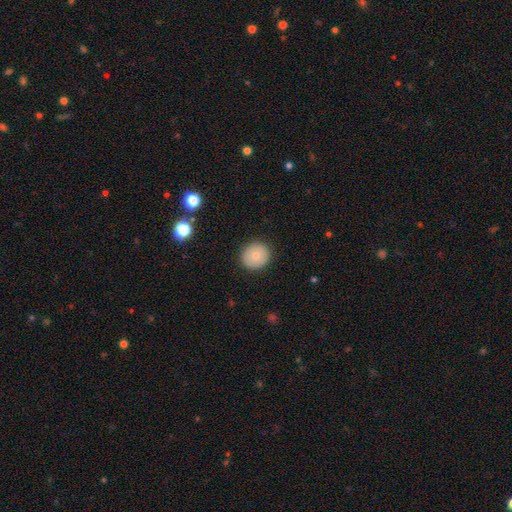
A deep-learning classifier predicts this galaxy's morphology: Smooth or featured?
  - smooth: 76% *
  - featured or disk: 16%
  - star or artifact: 8%
How rounded?
  - round: 89% *
  - in between: 10%
  - cigar-shaped: 1%
Merging?
  - none: 90% *
  - minor disturbance: 7%
  - major disturbance: 2%
  - merger: 1%